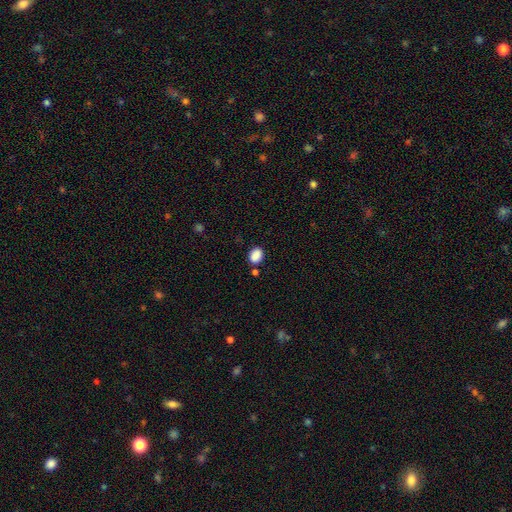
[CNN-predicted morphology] Q: Smooth or featured?
A: smooth (88%); runner-up: star or artifact (9%)
Q: How rounded?
A: in between (66%); runner-up: round (33%)
Q: Merging?
A: none (77%); runner-up: minor disturbance (12%)